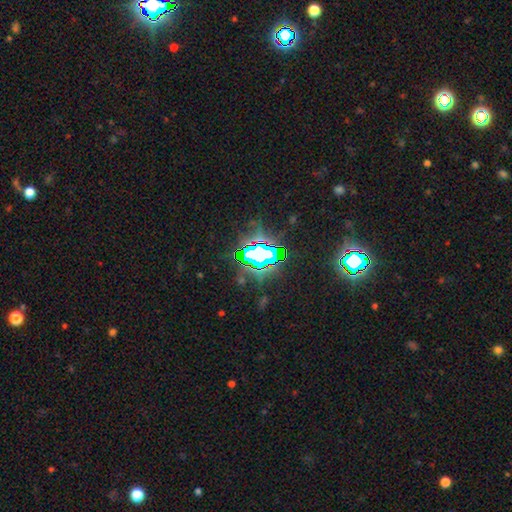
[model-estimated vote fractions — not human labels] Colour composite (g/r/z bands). It shows a star or artifact, not a galaxy (74%).